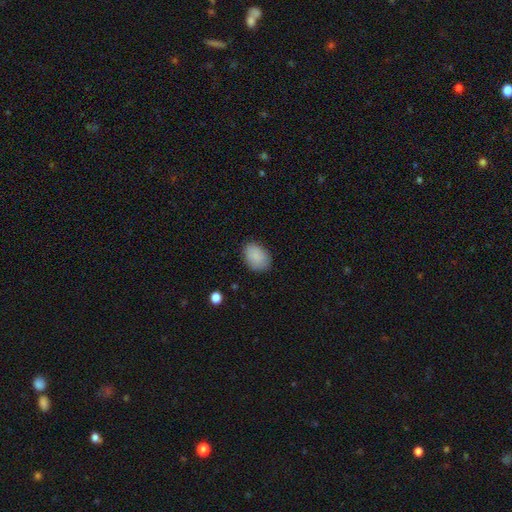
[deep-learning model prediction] smooth 88%, star or artifact 7%, featured or disk 5%. Down the decision tree: how rounded — in between (80%); merging — none (84%).